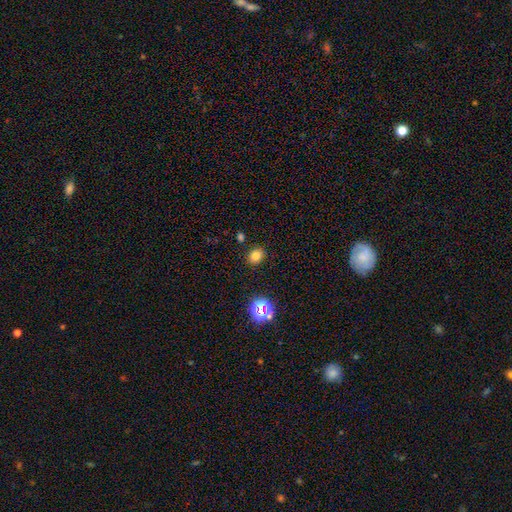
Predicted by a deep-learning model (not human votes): Morphology: type=smooth (78%); roundness=round (61%); merging=none (86%).